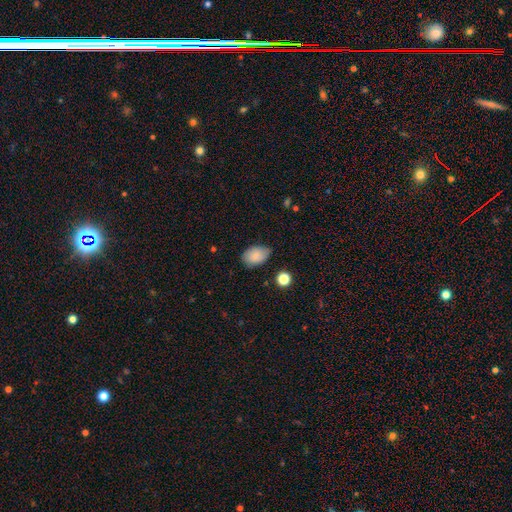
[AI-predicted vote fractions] A smooth galaxy with no disk features (83%) that is in between round and cigar-shaped (85%).

Vote fractions:
- Smooth or featured? smooth: 83% / featured or disk: 9% / star or artifact: 8%
- How rounded? in between: 85% / round: 14% / cigar-shaped: 1%
- Merging? none: 72% / minor disturbance: 22% / major disturbance: 4% / merger: 2%